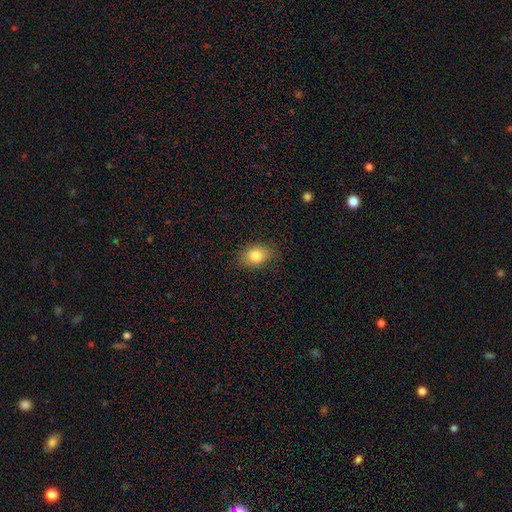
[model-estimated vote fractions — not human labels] Smooth or featured? smooth (82%)
How rounded? in between (75%)
Merging? none (84%)